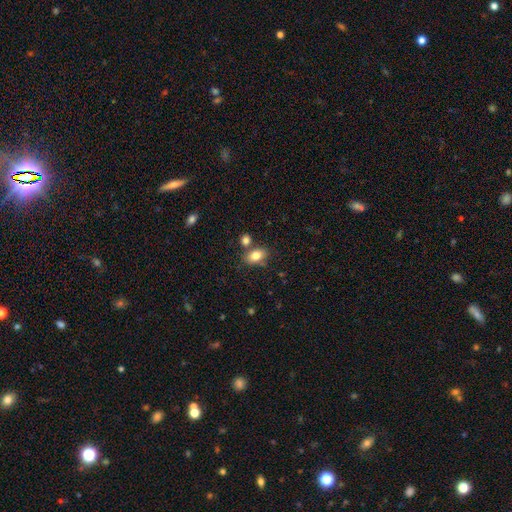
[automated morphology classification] A smooth galaxy with no disk features (80%) that is in between round and cigar-shaped (84%). Merging: none (68%).